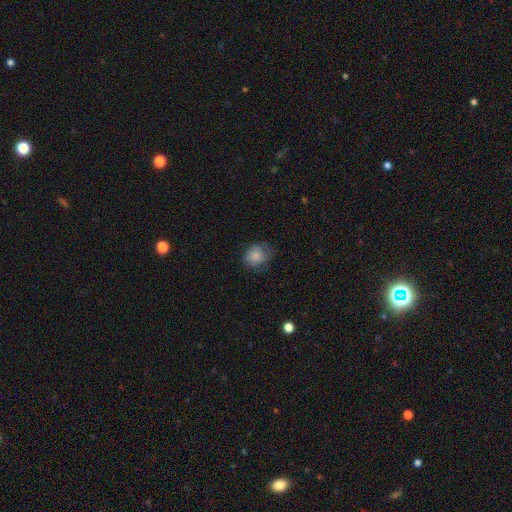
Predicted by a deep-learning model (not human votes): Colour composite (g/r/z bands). It shows a smooth galaxy with no disk features (82%) that is round (61%). Merging: none (61%).